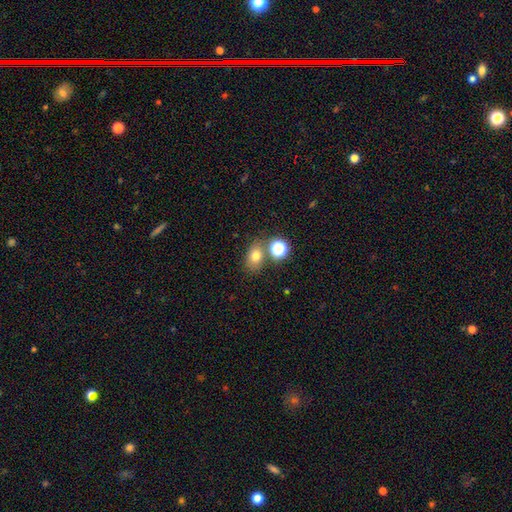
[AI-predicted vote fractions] Smooth or featured?
  - smooth: 75% *
  - star or artifact: 15%
  - featured or disk: 10%
How rounded?
  - in between: 60% *
  - round: 38%
  - cigar-shaped: 1%
Merging?
  - none: 65% *
  - merger: 19%
  - minor disturbance: 12%
  - major disturbance: 4%